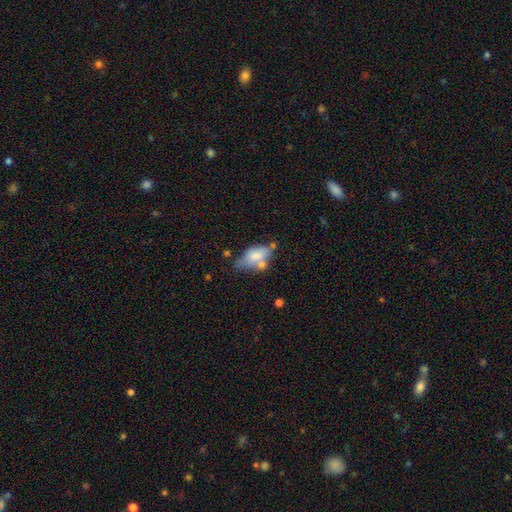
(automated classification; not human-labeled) Morphology: type=smooth (66%); roundness=in between (86%); merging=none (39%).